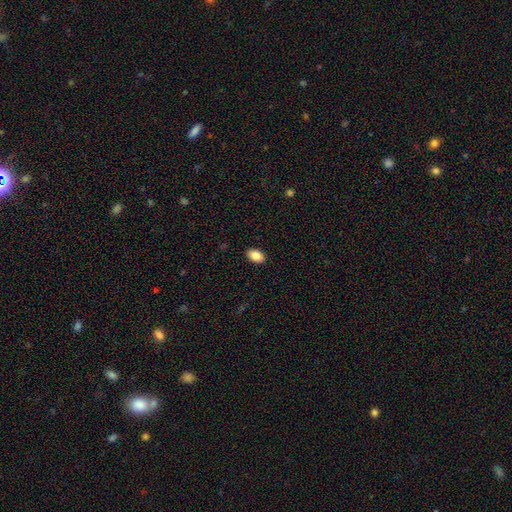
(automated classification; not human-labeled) Smooth or featured? Predicted: smooth (p=0.87). How rounded? Predicted: in between (p=0.89). Merging? Predicted: none (p=0.90).